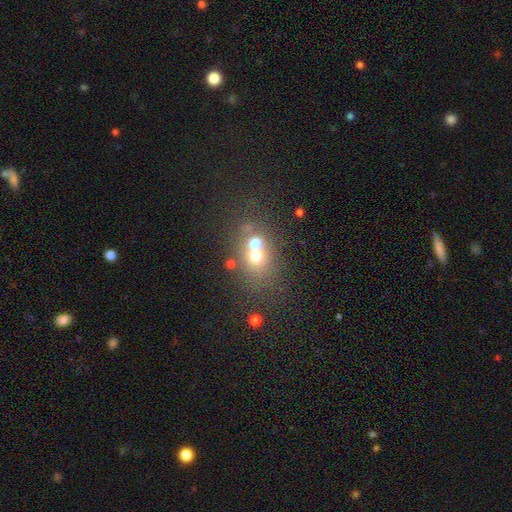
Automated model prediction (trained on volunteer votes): The model was most divided on "merging": none: 45%, merger: 41%, minor disturbance: 9%, major disturbance: 5%. More confident: how rounded — round (68%); smooth or featured — smooth (60%).